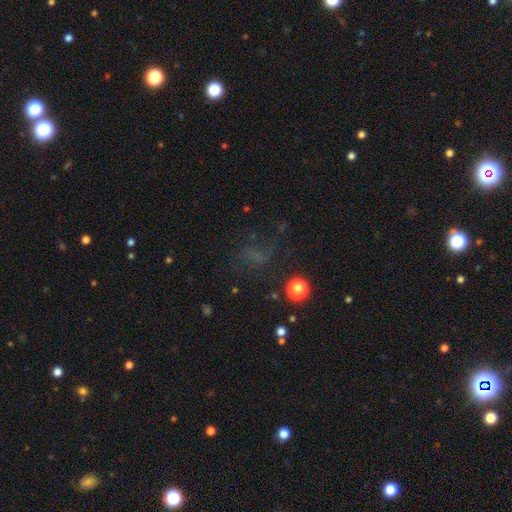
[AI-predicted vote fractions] A smooth galaxy with no disk features (41%).

Vote fractions:
- Smooth or featured? smooth: 41% / star or artifact: 37% / featured or disk: 22%
- Merging? none: 59% / major disturbance: 21% / minor disturbance: 17% / merger: 3%